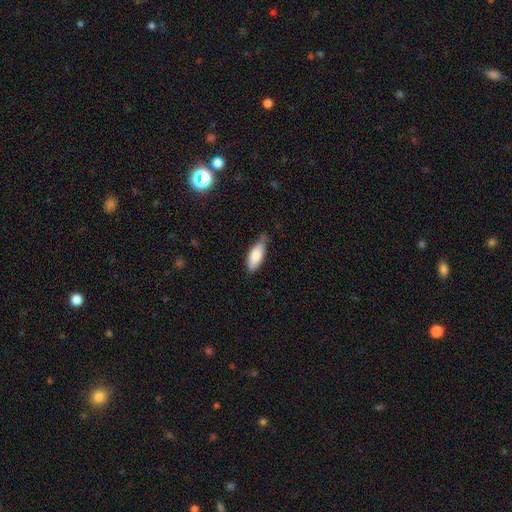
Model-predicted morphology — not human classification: The model was most divided on "merging": none: 64%, minor disturbance: 30%, major disturbance: 5%, merger: 2%. More confident: smooth or featured — smooth (84%); how rounded — in between (75%).